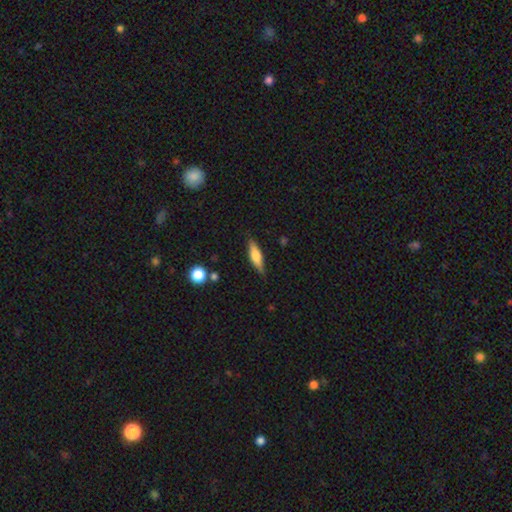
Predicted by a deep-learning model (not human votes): Overall: smooth (60%; featured or disk 33%). How rounded: cigar-shaped (59%; in between 39%). Merging: none (82%).